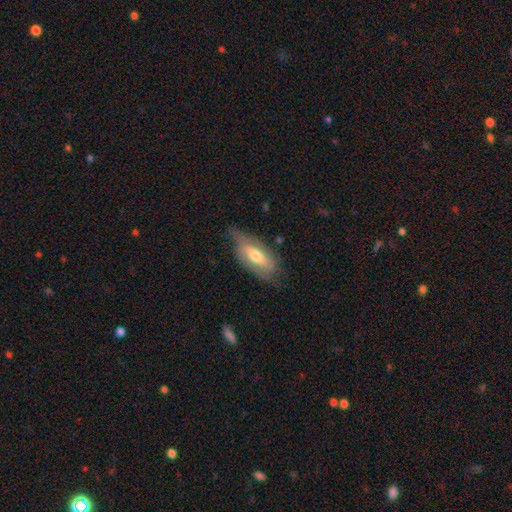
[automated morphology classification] Smooth or featured? featured or disk (54%)
Edge-on disk? no (75%)
Merging? none (55%)